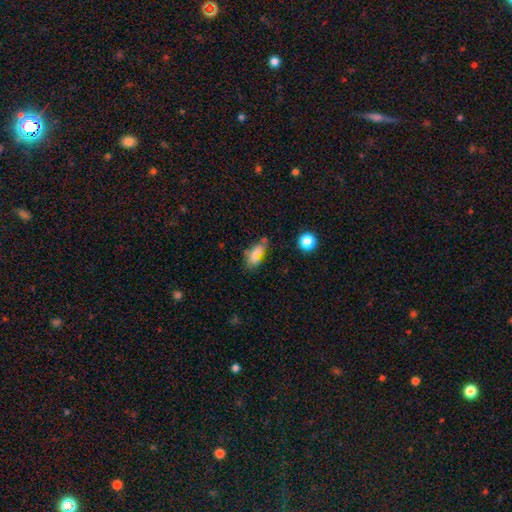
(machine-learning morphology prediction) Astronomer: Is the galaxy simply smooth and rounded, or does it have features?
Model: smooth — 69%.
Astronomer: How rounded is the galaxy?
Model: in between — 79%.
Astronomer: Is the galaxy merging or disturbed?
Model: none — 51% (runner-up: minor disturbance, 27%).